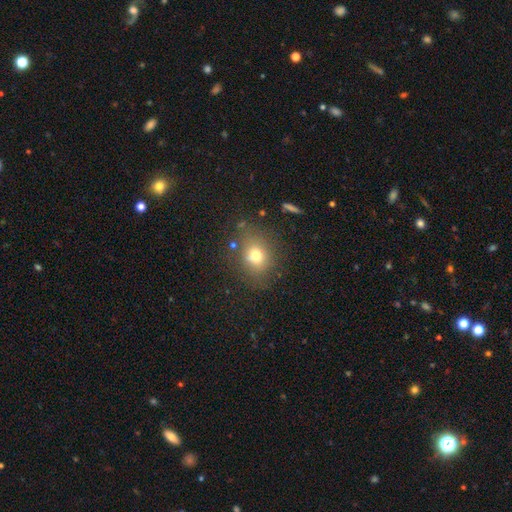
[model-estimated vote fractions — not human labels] Overall: smooth (72%). How rounded: round (62%; in between 37%). Merging: none (74%).